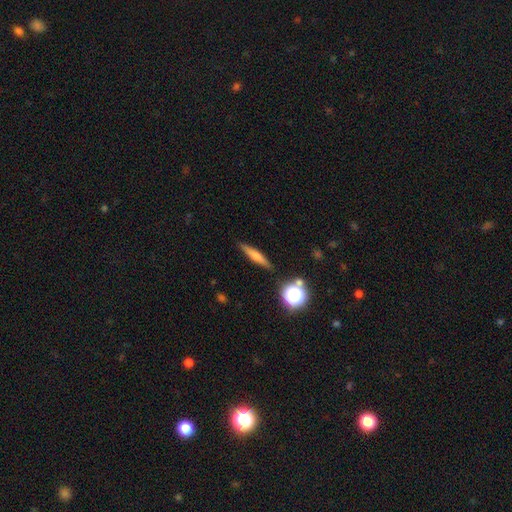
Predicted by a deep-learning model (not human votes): smooth_or_featured: smooth (p=0.53) [alt: featured or disk p=0.36]
how_rounded: cigar-shaped (p=0.84) [alt: in between p=0.10]
merging: none (p=0.87) [alt: minor disturbance p=0.09]